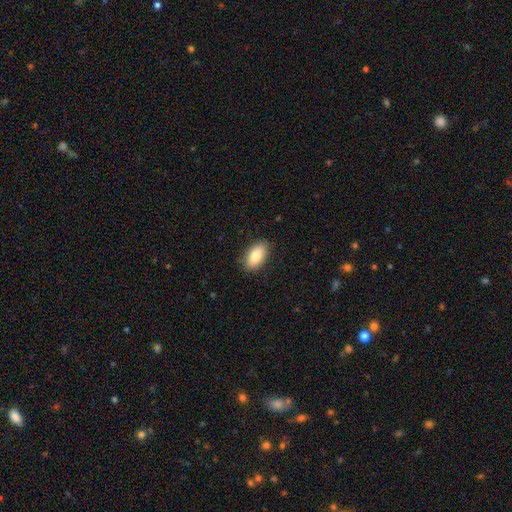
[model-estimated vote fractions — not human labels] smooth-or-featured: smooth: 86% | featured or disk: 8% | star or artifact: 7%
  how-rounded: in between: 93% | cigar-shaped: 4% | round: 3%
  merging: none: 86% | minor disturbance: 10% | major disturbance: 2% | merger: 1%